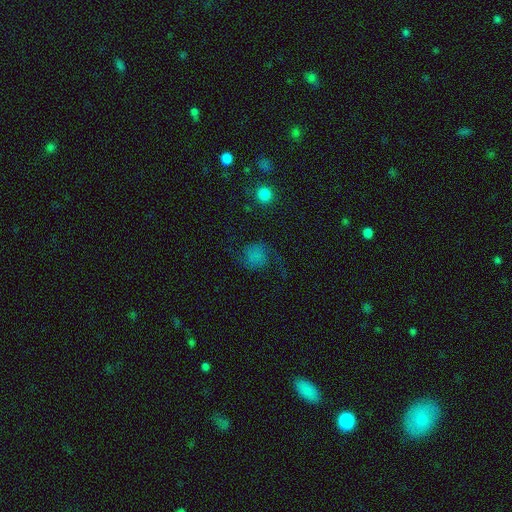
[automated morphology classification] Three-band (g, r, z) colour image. It shows a featured or disk galaxy (56%) with no bar (74%), 2 (91%) loose (61%) spiral arms (92%) and no central bulge (49%). Merging: none (62%).